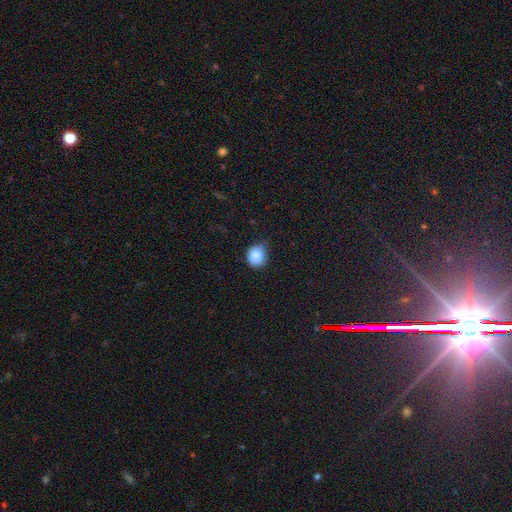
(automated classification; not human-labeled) This is clearly a smooth galaxy (83%). How rounded: likely round (75%). Merging: likely none (66%).